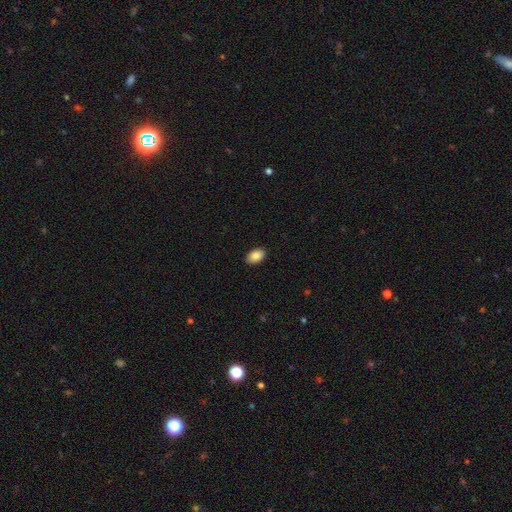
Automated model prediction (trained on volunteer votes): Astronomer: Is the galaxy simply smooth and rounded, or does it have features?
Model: smooth — 87%.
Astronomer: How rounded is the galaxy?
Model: in between — 92%.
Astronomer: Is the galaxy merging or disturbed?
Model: none — 89%.